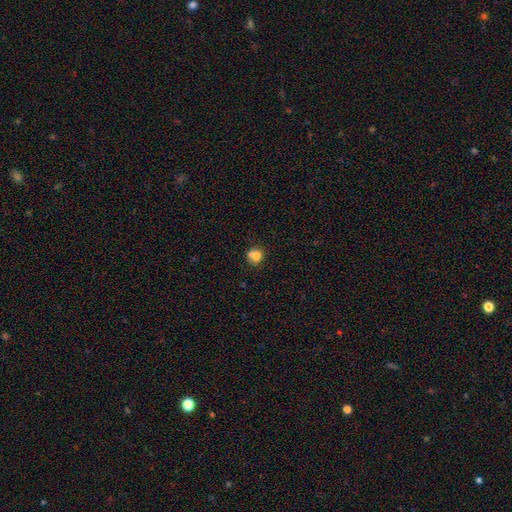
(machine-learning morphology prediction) Overall: smooth (75%). How rounded: round (81%). Merging: none (46%; merger 37%).